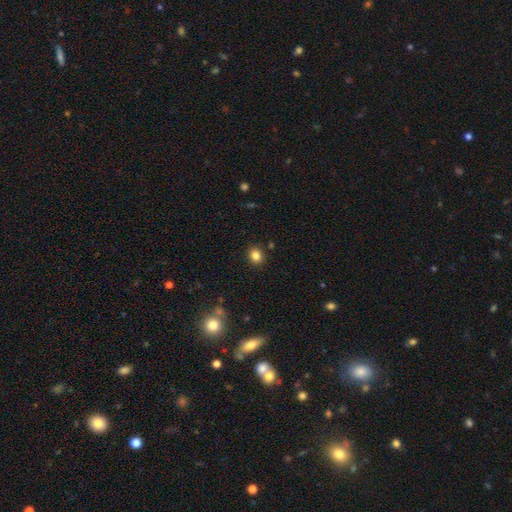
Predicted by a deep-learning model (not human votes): Q: Smooth or featured?
A: smooth (83%); runner-up: star or artifact (11%)
Q: How rounded?
A: round (68%); runner-up: in between (31%)
Q: Merging?
A: none (88%); runner-up: minor disturbance (7%)